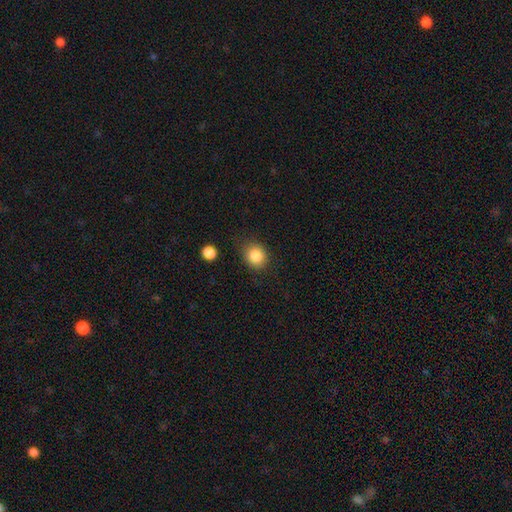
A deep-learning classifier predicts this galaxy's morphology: smooth-or-featured: smooth: 86% | star or artifact: 10% | featured or disk: 5%
  how-rounded: round: 78% | in between: 21% | cigar-shaped: 1%
  merging: none: 83% | minor disturbance: 11% | major disturbance: 3% | merger: 2%